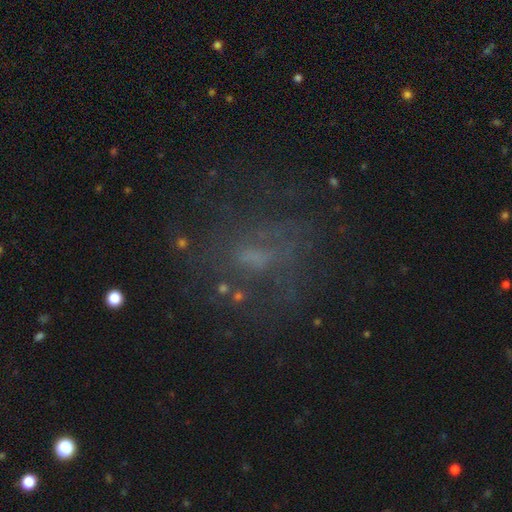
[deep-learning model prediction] The model was most divided on "smooth or featured": featured or disk: 50%, smooth: 27%, star or artifact: 23%. More confident: edge-on disk — no (95%); merging — none (56%).